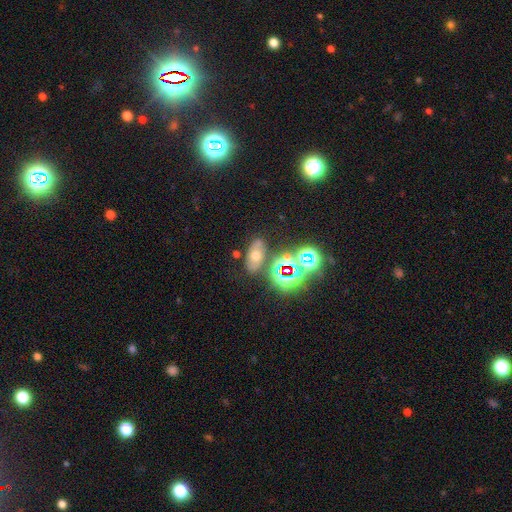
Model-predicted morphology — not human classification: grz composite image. It shows a smooth galaxy with no disk features (45%). Merging: none (74%).